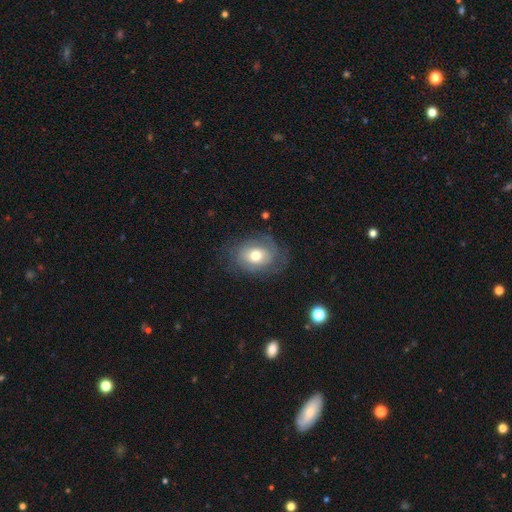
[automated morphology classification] smooth 54%, featured or disk 37%, star or artifact 8%. Down the decision tree: how rounded — in between (59%); merging — none (69%).